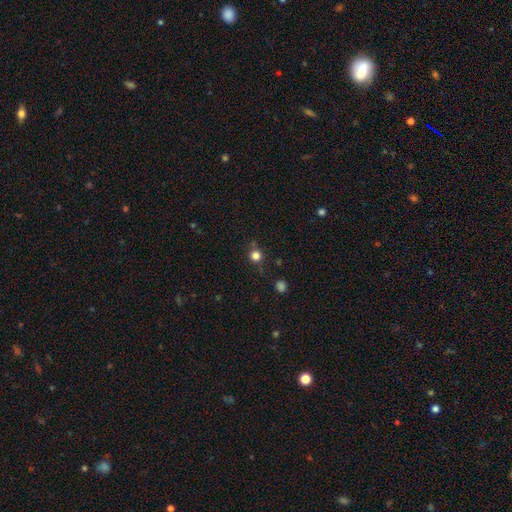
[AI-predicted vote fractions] Smooth or featured? smooth (78%)
How rounded? round (93%)
Merging? none (82%)